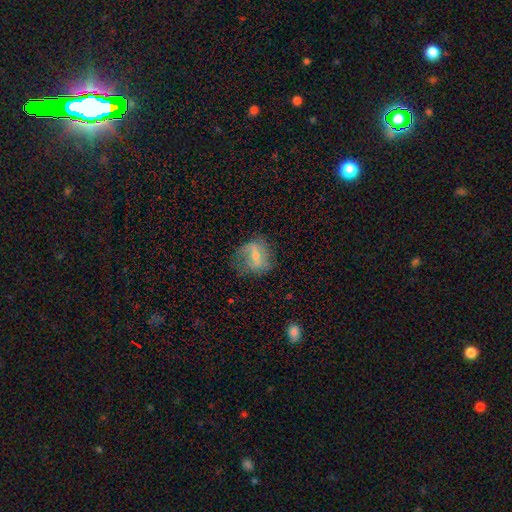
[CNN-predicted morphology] Overall: featured or disk (57%; smooth 34%). Edge-on disk: no (94%). Bar: weak (44%; strong 33%). Spiral arms: yes (66%; no 34%). Bulge size: small (50%; moderate 42%). Merging: none (58%; minor disturbance 25%).